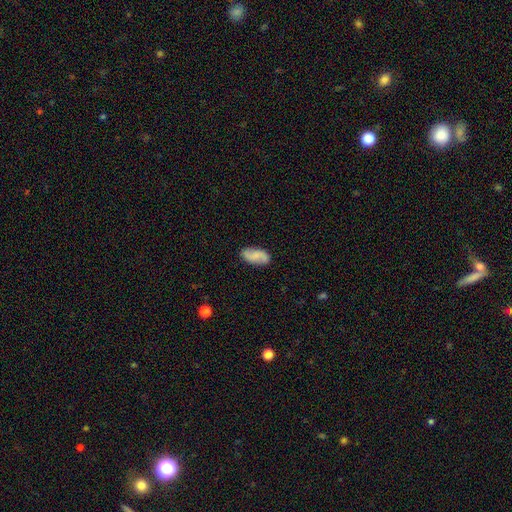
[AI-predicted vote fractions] The model was most divided on "smooth or featured": smooth: 55%, featured or disk: 38%, star or artifact: 7%. More confident: how rounded — in between (92%); merging — none (81%).